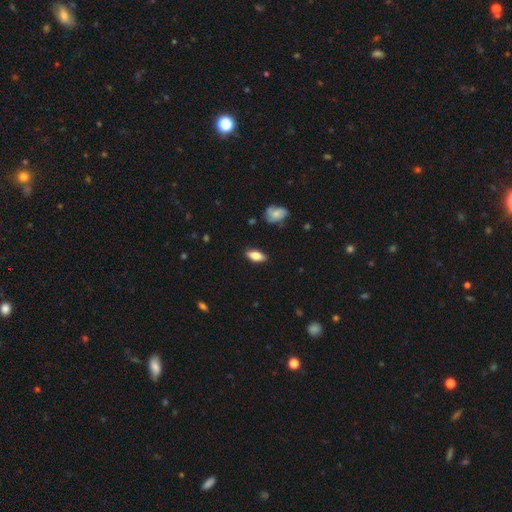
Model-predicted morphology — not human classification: This is clearly a smooth galaxy (80%). How rounded: clearly in between (84%). Merging: clearly none (85%).